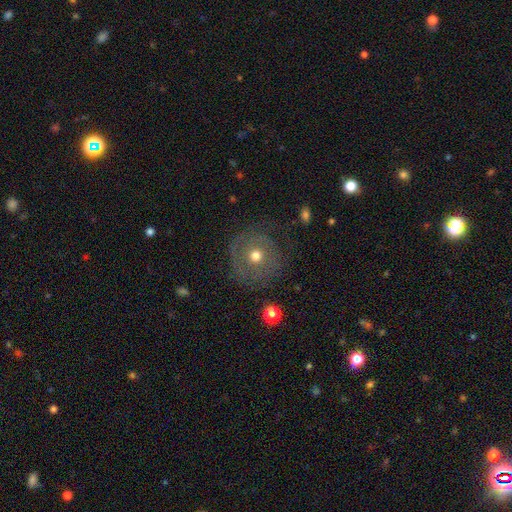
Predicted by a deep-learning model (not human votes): Overall: smooth (51%; featured or disk 38%). How rounded: round (93%). Merging: none (77%).